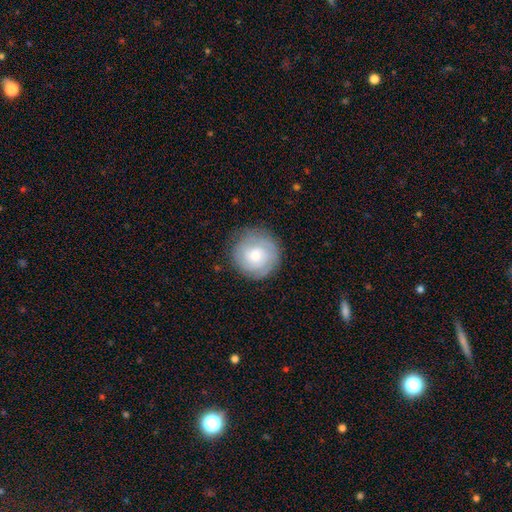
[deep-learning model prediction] A smooth galaxy with no disk features (58%) that is round (93%).

Vote fractions:
- Smooth or featured? smooth: 58% / featured or disk: 35% / star or artifact: 7%
- How rounded? round: 93% / in between: 6% / cigar-shaped: 1%
- Merging? none: 80% / minor disturbance: 14% / major disturbance: 5% / merger: 1%